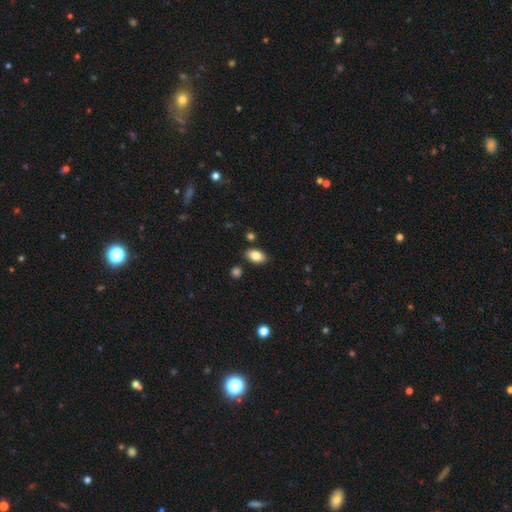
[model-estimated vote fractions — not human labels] Smooth or featured?
  - smooth: 83% *
  - featured or disk: 9%
  - star or artifact: 8%
How rounded?
  - in between: 90% *
  - round: 7%
  - cigar-shaped: 2%
Merging?
  - none: 84% *
  - minor disturbance: 10%
  - merger: 3%
  - major disturbance: 2%